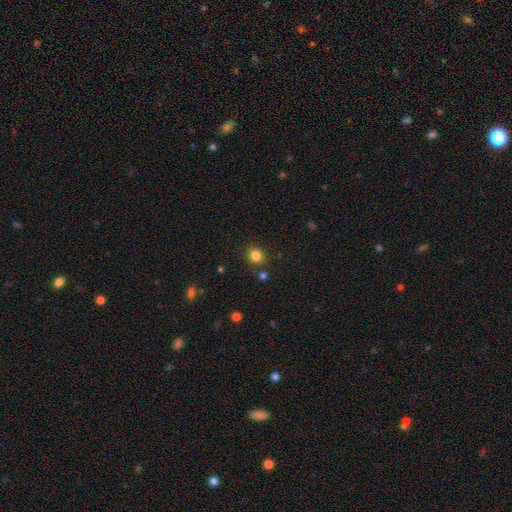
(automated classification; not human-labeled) A smooth galaxy with no disk features (82%) that is round (78%).

Vote fractions:
- Smooth or featured? smooth: 82% / star or artifact: 13% / featured or disk: 5%
- How rounded? round: 78% / in between: 21% / cigar-shaped: 1%
- Merging? none: 83% / minor disturbance: 9% / merger: 5% / major disturbance: 3%